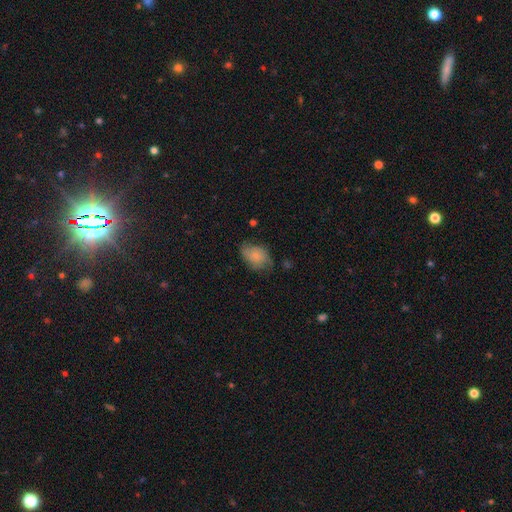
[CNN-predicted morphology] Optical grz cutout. It shows a smooth galaxy with no disk features (63%) that is in between round and cigar-shaped (79%). Merging: none (54%).